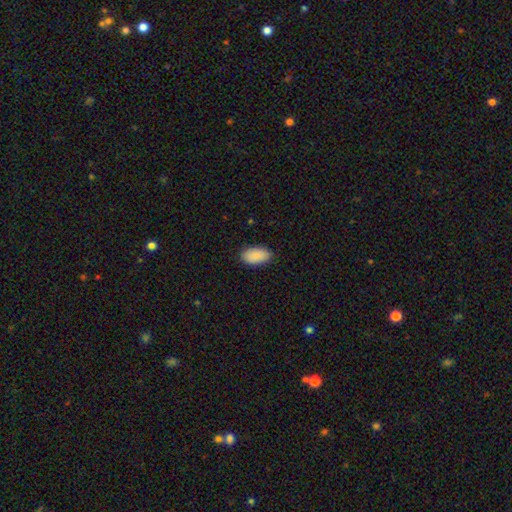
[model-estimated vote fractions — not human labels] This appears to be a smooth galaxy with no disk features (90%) that is in between round and cigar-shaped (95%). Merging: none (85%).